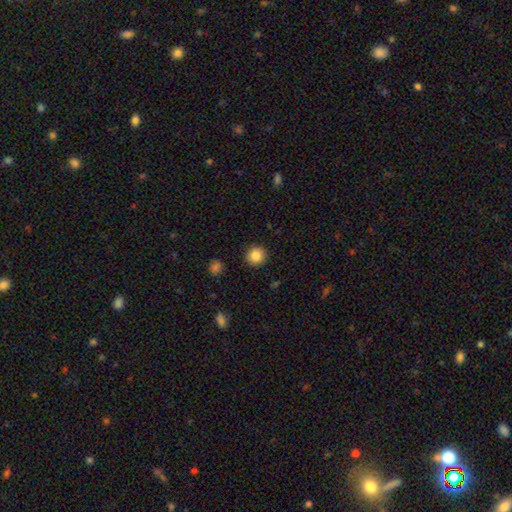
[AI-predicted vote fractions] This is clearly a smooth galaxy (85%). How rounded: clearly round (92%). Merging: clearly none (91%).